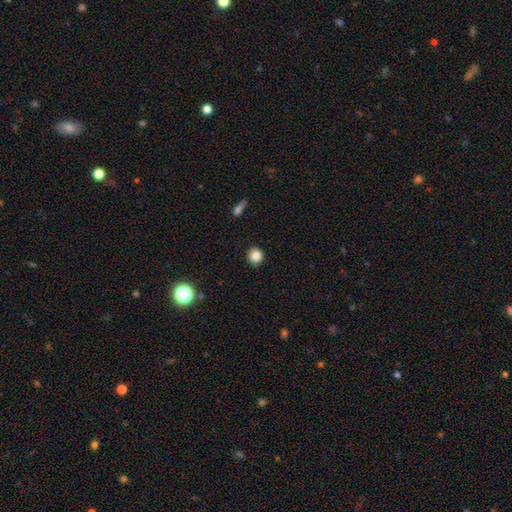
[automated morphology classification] This is clearly a smooth galaxy (86%). How rounded: clearly round (91%). Merging: clearly none (91%).